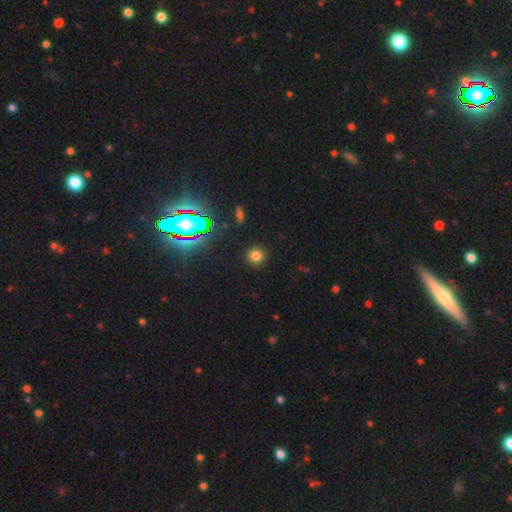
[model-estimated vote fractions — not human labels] Overall: smooth (74%). How rounded: round (93%). Merging: none (90%).